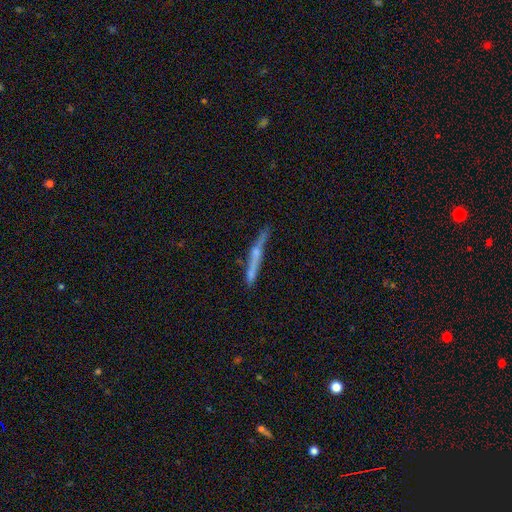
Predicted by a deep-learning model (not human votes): Smooth or featured? Predicted: featured or disk (p=0.60). Edge-on disk? Predicted: yes (p=0.95). Edge-on bulge? Predicted: rounded (p=0.58). Merging? Predicted: none (p=0.75).